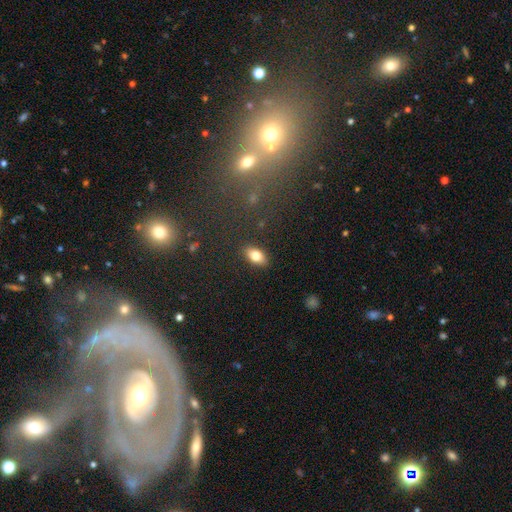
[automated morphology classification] smooth_or_featured: smooth (p=0.78) [alt: featured or disk p=0.13]
how_rounded: in between (p=0.89) [alt: round p=0.07]
merging: none (p=0.88) [alt: minor disturbance p=0.09]